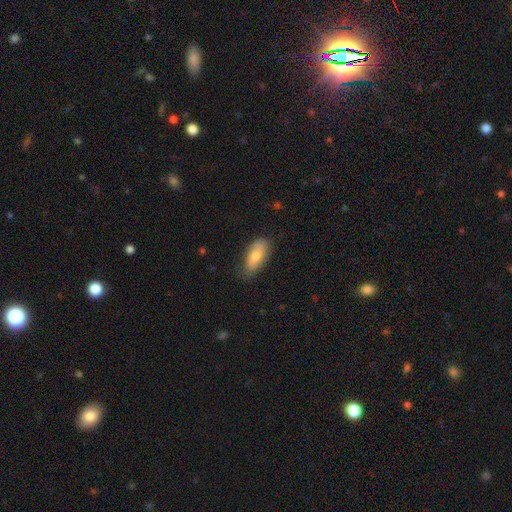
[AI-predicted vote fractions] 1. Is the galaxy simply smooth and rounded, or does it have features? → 77% smooth, 16% featured or disk, 6% star or artifact.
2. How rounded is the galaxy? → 86% in between, 11% cigar-shaped, 3% round.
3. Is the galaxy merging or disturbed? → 70% none, 24% minor disturbance, 5% major disturbance, 1% merger.